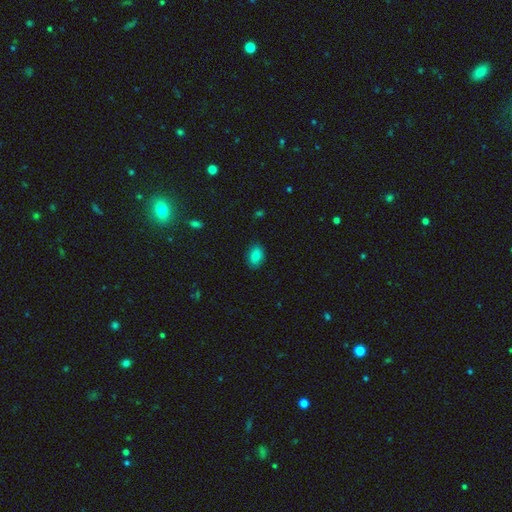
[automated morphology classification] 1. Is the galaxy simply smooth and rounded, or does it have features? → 86% smooth, 9% star or artifact, 4% featured or disk.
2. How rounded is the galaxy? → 83% in between, 16% round, 1% cigar-shaped.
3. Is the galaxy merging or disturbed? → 86% none, 10% minor disturbance, 3% major disturbance, 1% merger.